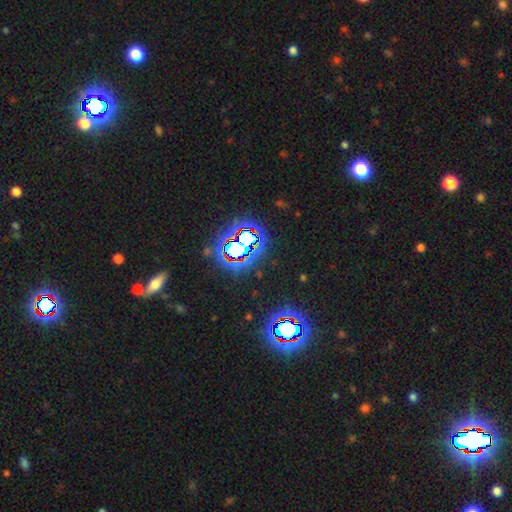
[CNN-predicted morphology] This is clearly a star or artifact rather than a galaxy (82%).